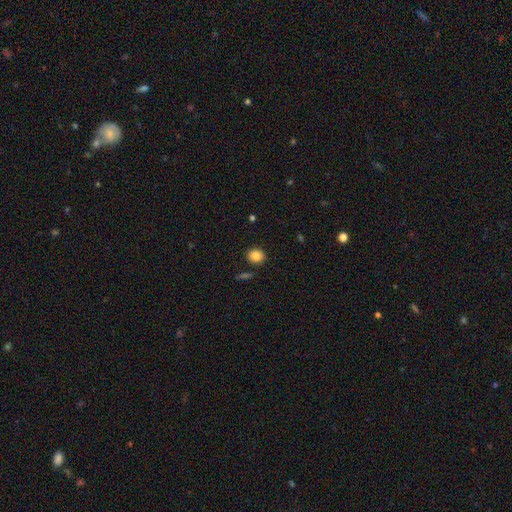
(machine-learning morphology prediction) A smooth galaxy with no disk features (85%) that is round (72%).

Vote fractions:
- Smooth or featured? smooth: 85% / star or artifact: 10% / featured or disk: 6%
- How rounded? round: 72% / in between: 27% / cigar-shaped: 1%
- Merging? none: 88% / minor disturbance: 7% / merger: 3% / major disturbance: 2%